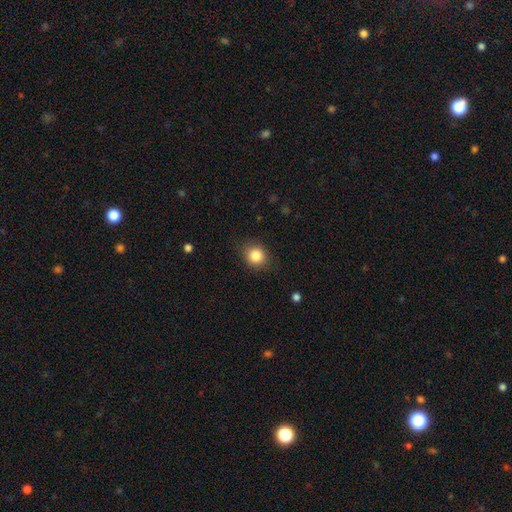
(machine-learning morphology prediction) smooth-or-featured: smooth: 85% | star or artifact: 10% | featured or disk: 5%
  how-rounded: round: 80% | in between: 19% | cigar-shaped: 1%
  merging: none: 84% | minor disturbance: 11% | major disturbance: 3% | merger: 1%